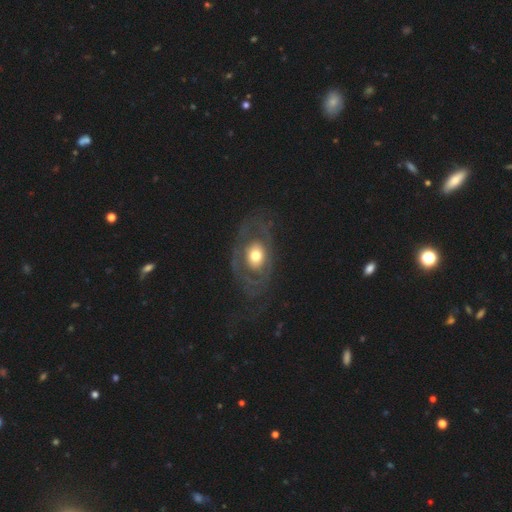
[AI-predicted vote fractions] Smooth or featured?
  - featured or disk: 66% *
  - smooth: 28%
  - star or artifact: 6%
Edge-on disk?
  - no: 94% *
  - yes: 6%
Bar?
  - no: 85% *
  - weak: 11%
  - strong: 4%
Spiral arms?
  - no: 56% *
  - yes: 44%
Bulge size?
  - moderate: 62% *
  - large: 26%
  - small: 9%
  - dominant: 2%
  - none: 1%
Merging?
  - none: 69% *
  - minor disturbance: 15%
  - major disturbance: 14%
  - merger: 2%